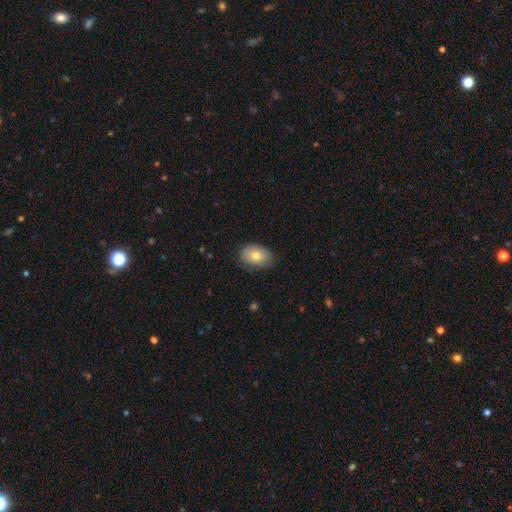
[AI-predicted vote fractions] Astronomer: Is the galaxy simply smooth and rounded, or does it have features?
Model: smooth — 77%.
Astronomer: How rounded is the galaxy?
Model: in between — 80%.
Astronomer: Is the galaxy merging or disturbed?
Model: none — 82%.